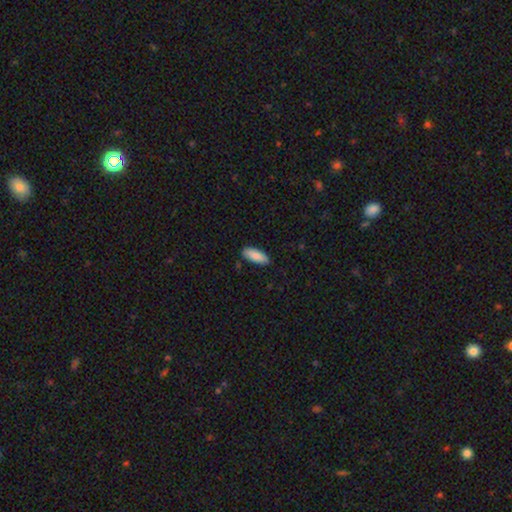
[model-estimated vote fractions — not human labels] smooth_or_featured: smooth (p=0.88) [alt: featured or disk p=0.06]
how_rounded: in between (p=0.77) [alt: cigar-shaped p=0.21]
merging: none (p=0.86) [alt: minor disturbance p=0.11]